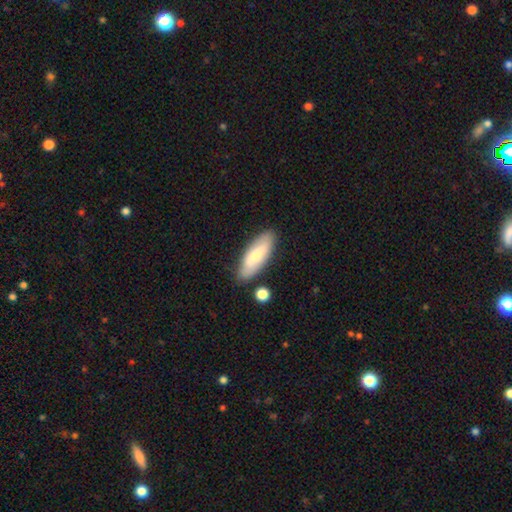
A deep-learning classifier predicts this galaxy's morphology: smooth 63%, featured or disk 31%, star or artifact 6%. Down the decision tree: how rounded — in between (63%); merging — none (81%).